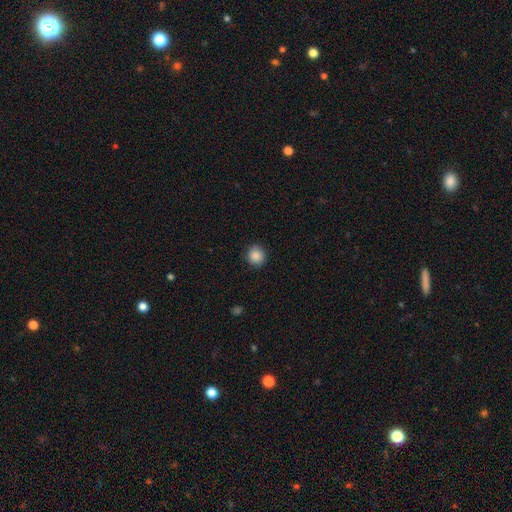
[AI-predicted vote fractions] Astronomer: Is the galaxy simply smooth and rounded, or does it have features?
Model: smooth — 88%.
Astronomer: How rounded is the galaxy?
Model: round — 90%.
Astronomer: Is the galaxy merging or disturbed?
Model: none — 89%.